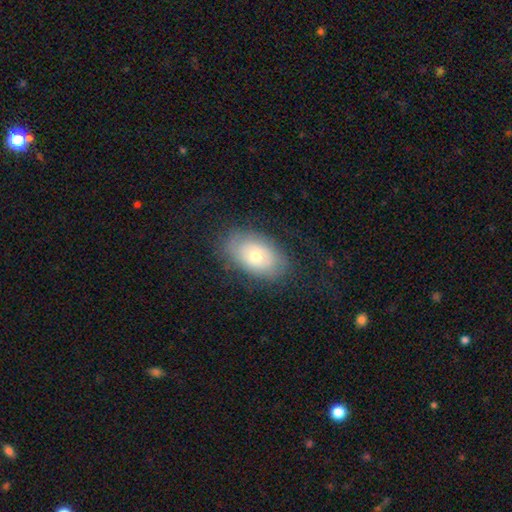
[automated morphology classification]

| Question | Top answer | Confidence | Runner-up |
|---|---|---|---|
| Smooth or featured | smooth | 56% | featured or disk (36%) |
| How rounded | in between | 90% | round (9%) |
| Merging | none | 76% | minor disturbance (17%) |